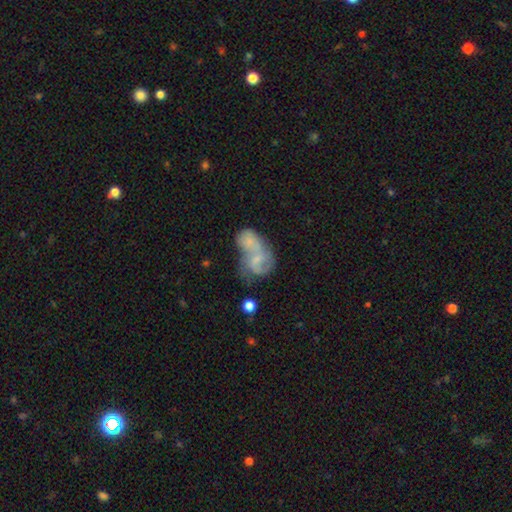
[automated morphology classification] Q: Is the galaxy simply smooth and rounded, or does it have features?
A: featured or disk — 64%.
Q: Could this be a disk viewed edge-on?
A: no — 97%.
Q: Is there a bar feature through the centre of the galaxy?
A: no — 58%.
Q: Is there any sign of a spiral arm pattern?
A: yes — 81%.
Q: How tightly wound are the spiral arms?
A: medium — 47%.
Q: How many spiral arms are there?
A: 2 — 63%.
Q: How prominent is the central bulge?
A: small — 59%.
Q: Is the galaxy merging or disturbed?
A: merger — 62%.